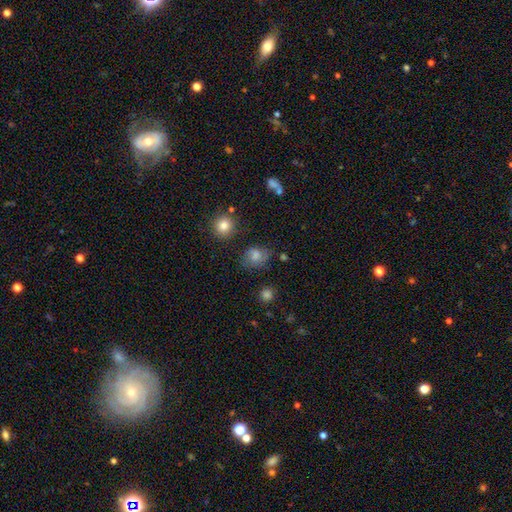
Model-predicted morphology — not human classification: smooth-or-featured: smooth: 65% | featured or disk: 22% | star or artifact: 13%
  how-rounded: round: 53% | in between: 46% | cigar-shaped: 1%
  merging: none: 65% | minor disturbance: 22% | major disturbance: 9% | merger: 4%